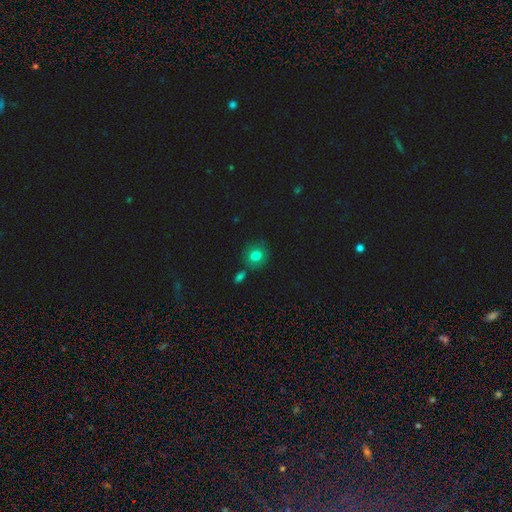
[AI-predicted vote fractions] Morphology: type=smooth (79%); roundness=round (84%); merging=none (76%).